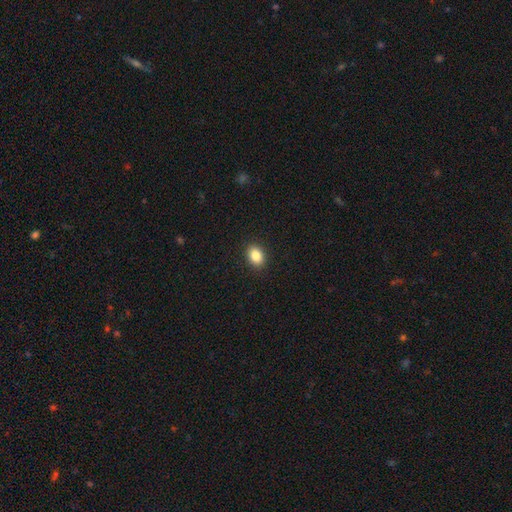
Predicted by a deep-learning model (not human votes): smooth 85%, star or artifact 9%, featured or disk 6%. Down the decision tree: how rounded — in between (70%); merging — none (91%).